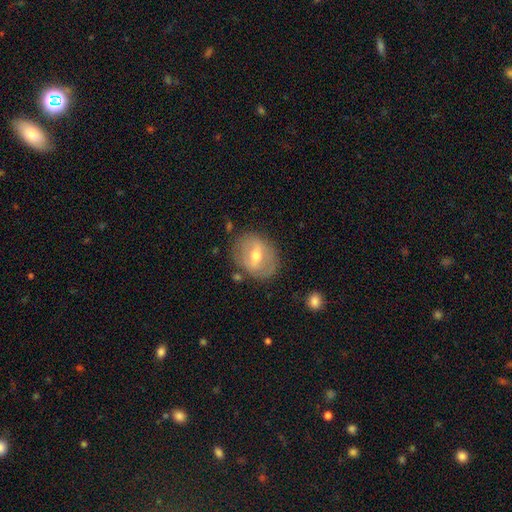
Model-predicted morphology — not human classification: smooth_or_featured: featured or disk (p=0.57) [alt: smooth p=0.36]
disk_edge_on: no (p=0.91) [alt: yes p=0.09]
bar: weak (p=0.42) [alt: strong p=0.41]
has_spiral_arms: no (p=0.68) [alt: yes p=0.32]
bulge_size: moderate (p=0.72) [alt: small p=0.20]
merging: none (p=0.76) [alt: minor disturbance p=0.16]